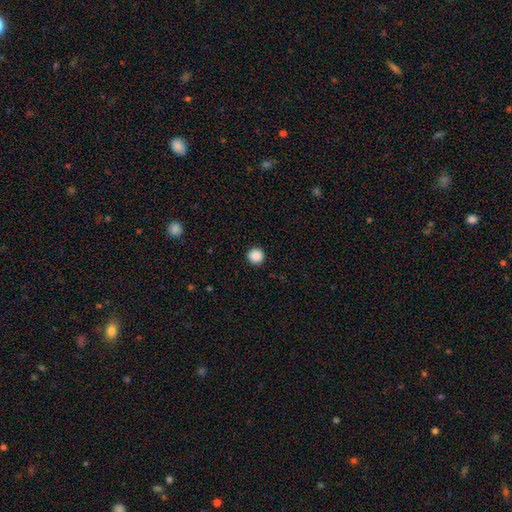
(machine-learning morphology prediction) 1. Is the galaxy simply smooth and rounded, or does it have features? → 88% smooth, 9% star or artifact, 2% featured or disk.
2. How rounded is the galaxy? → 96% round, 3% in between, 1% cigar-shaped.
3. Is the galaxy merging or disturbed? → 93% none, 4% minor disturbance, 2% major disturbance, 1% merger.